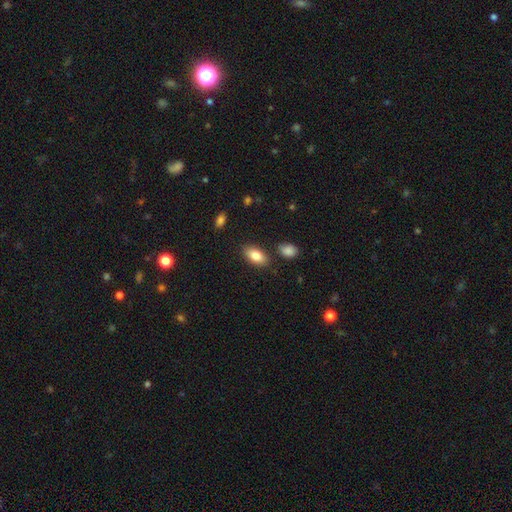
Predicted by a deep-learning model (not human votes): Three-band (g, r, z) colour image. It shows a smooth galaxy with no disk features (84%) that is in between round and cigar-shaped (92%). Merging: none (83%).